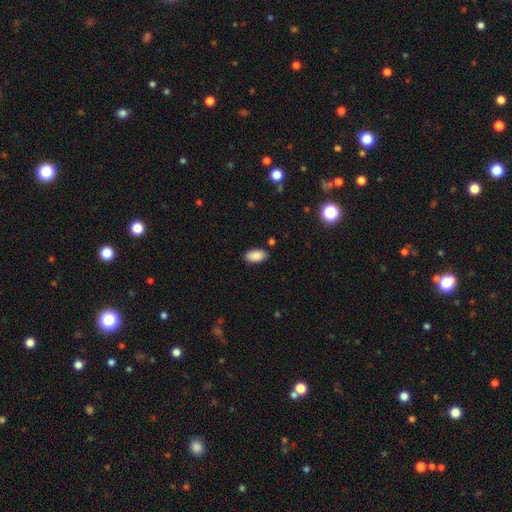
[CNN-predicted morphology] A smooth galaxy with no disk features (88%) that is in between round and cigar-shaped (94%). Merging: none (86%).